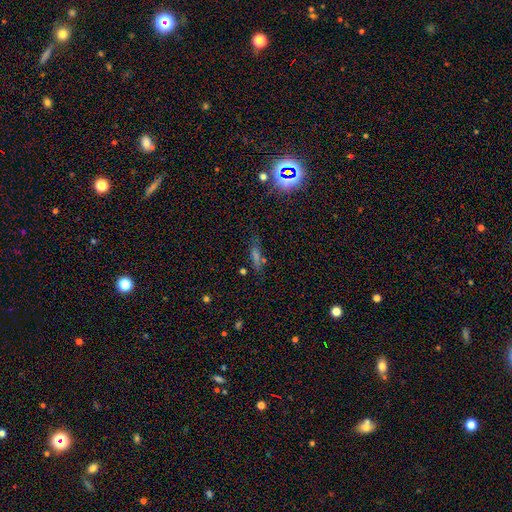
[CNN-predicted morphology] smooth_or_featured: smooth (p=0.39) [alt: star or artifact p=0.37]
merging: none (p=0.75) [alt: minor disturbance p=0.15]